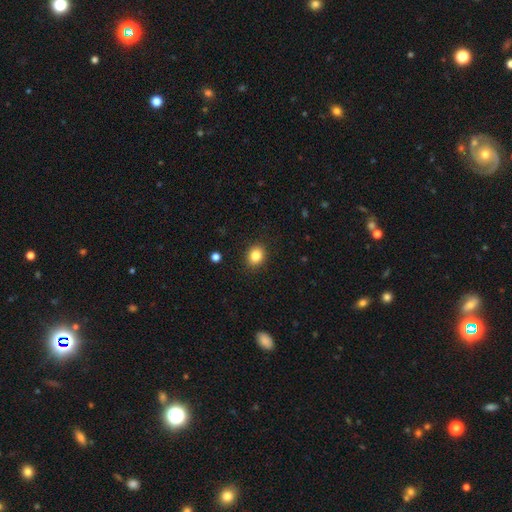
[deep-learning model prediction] Smooth or featured?
  - smooth: 84% *
  - star or artifact: 10%
  - featured or disk: 6%
How rounded?
  - round: 58% *
  - in between: 41%
  - cigar-shaped: 1%
Merging?
  - none: 90% *
  - minor disturbance: 7%
  - major disturbance: 2%
  - merger: 1%